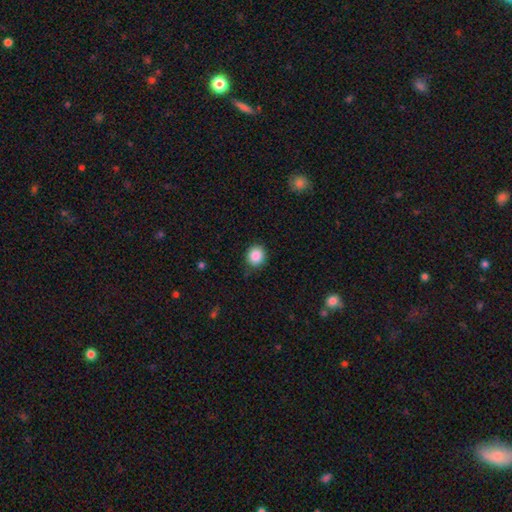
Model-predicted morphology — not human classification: smooth-or-featured: smooth: 87% | star or artifact: 9% | featured or disk: 3%
  how-rounded: round: 85% | in between: 14% | cigar-shaped: 1%
  merging: none: 88% | minor disturbance: 9% | major disturbance: 2% | merger: 1%